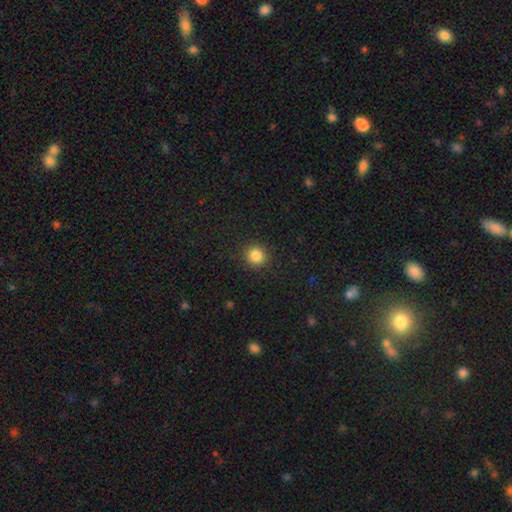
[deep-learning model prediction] This appears to be a smooth galaxy with no disk features (85%) that is round (93%). Merging: none (92%).